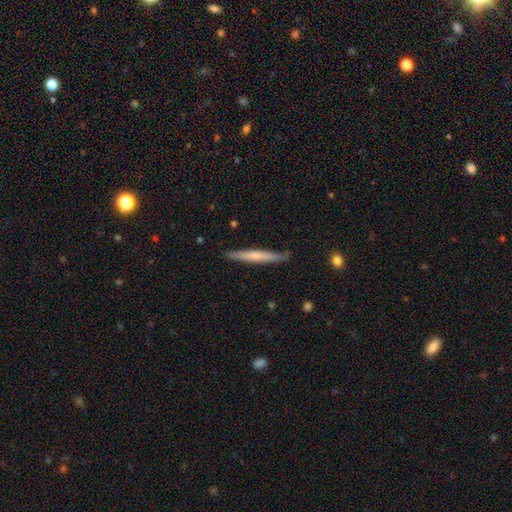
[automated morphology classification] A smooth galaxy with no disk features (52%) that is cigar-shaped (96%). Merging: none (85%).